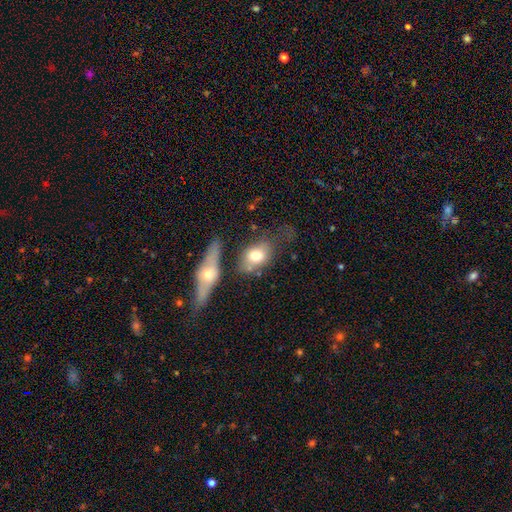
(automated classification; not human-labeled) smooth_or_featured: smooth (p=0.68) [alt: featured or disk p=0.25]
how_rounded: in between (p=0.80) [alt: round p=0.15]
merging: none (p=0.44) [alt: merger p=0.23]